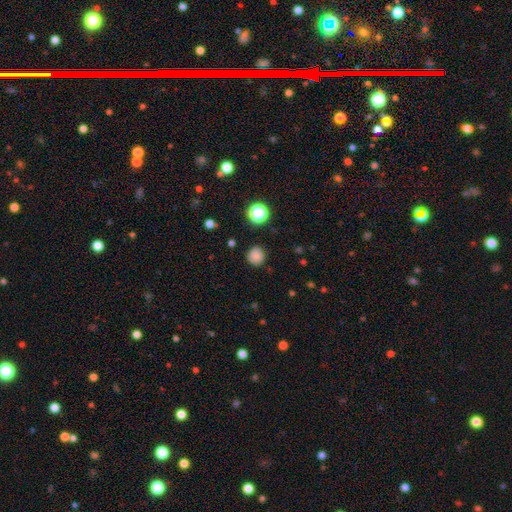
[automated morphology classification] smooth 81%, star or artifact 14%, featured or disk 5%. Down the decision tree: how rounded — round (91%); merging — none (86%).